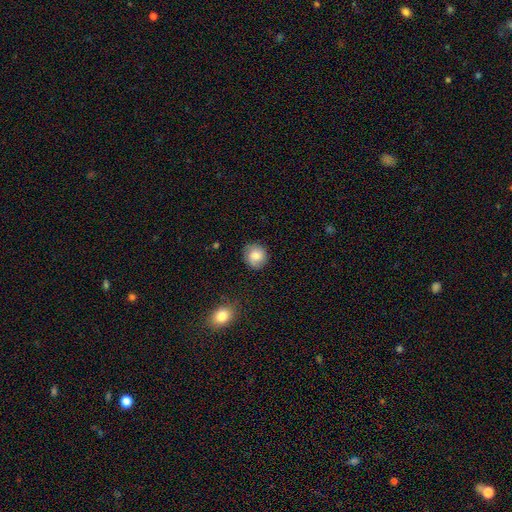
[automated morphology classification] smooth-or-featured: smooth: 76% | featured or disk: 16% | star or artifact: 8%
  how-rounded: round: 87% | in between: 12% | cigar-shaped: 1%
  merging: none: 83% | minor disturbance: 13% | major disturbance: 3% | merger: 1%